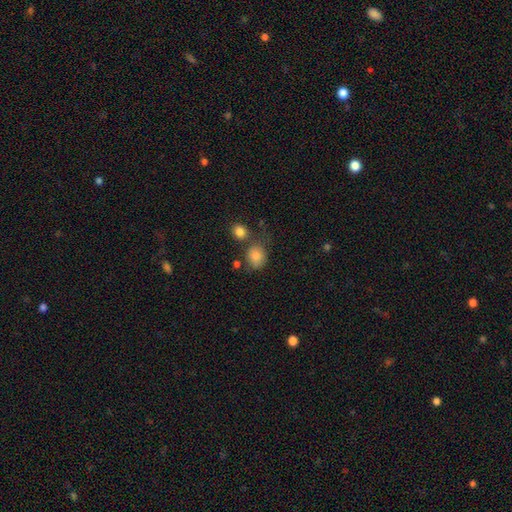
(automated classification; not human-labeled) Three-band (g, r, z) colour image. It shows a smooth galaxy with no disk features (80%) that is round (62%). Merging: none (59%).